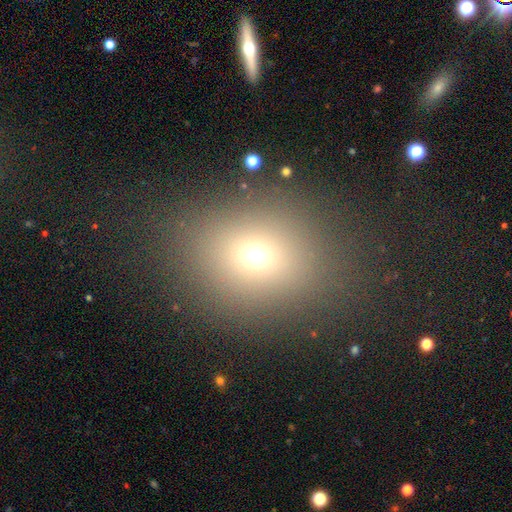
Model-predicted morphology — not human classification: Smooth or featured?
  - smooth: 66% *
  - star or artifact: 22%
  - featured or disk: 12%
How rounded?
  - round: 55% *
  - in between: 43%
  - cigar-shaped: 1%
Merging?
  - none: 83% *
  - minor disturbance: 9%
  - major disturbance: 6%
  - merger: 2%